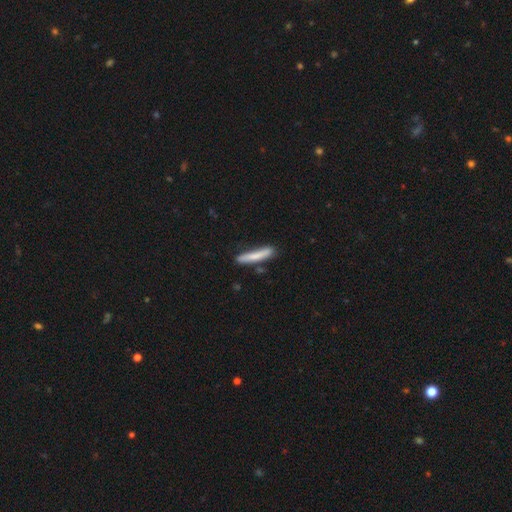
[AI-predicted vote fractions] A smooth galaxy with no disk features (75%) that is cigar-shaped (92%).

Vote fractions:
- Smooth or featured? smooth: 75% / featured or disk: 20% / star or artifact: 6%
- How rounded? cigar-shaped: 92% / in between: 6% / round: 1%
- Merging? none: 73% / minor disturbance: 19% / merger: 5% / major disturbance: 4%